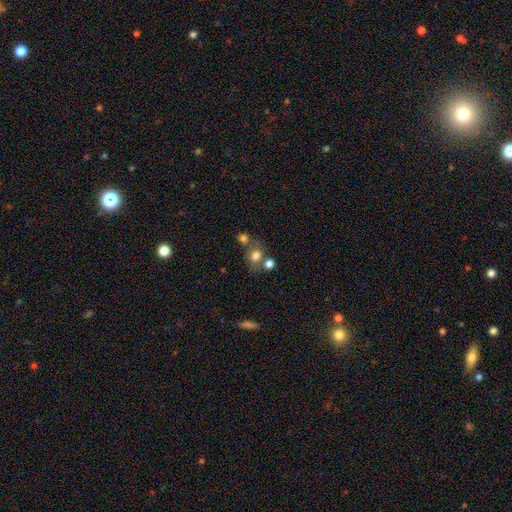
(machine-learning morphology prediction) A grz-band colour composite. It shows a smooth galaxy with no disk features (75%) that is round (65%). Merging: none (54%).